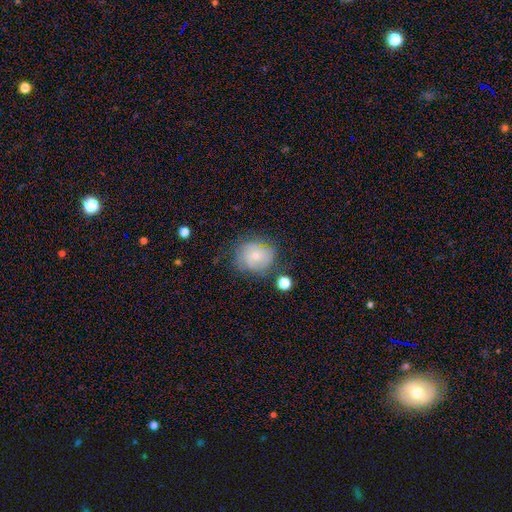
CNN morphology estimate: Smooth or featured: smooth — 49% (featured or disk — 42%)
Merging: none — 65% (minor disturbance — 23%)